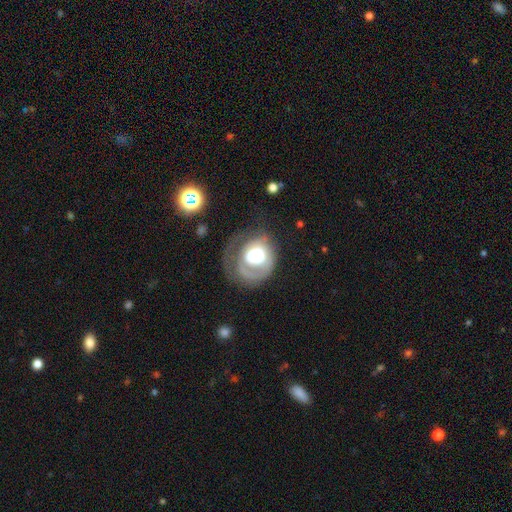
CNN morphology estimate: Overall: featured or disk (61%; smooth 32%). Edge-on disk: no (97%). Bar: no (76%). Spiral arms: yes (62%; no 38%). Bulge size: large (52%; moderate 25%). Merging: none (40%; major disturbance 35%).